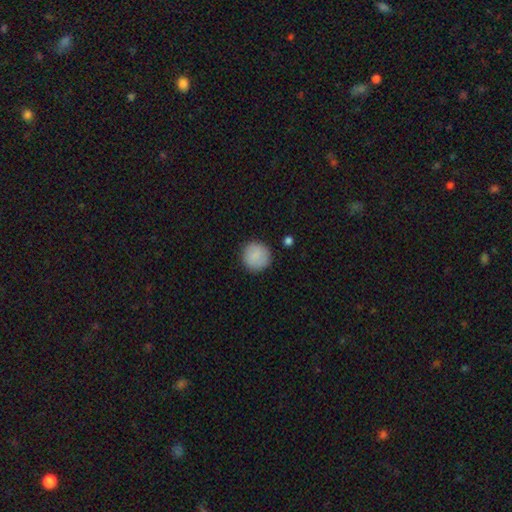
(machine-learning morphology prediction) Smooth or featured: smooth — 86% (star or artifact — 7%)
How rounded: round — 94% (in between — 5%)
Merging: none — 89% (minor disturbance — 8%)